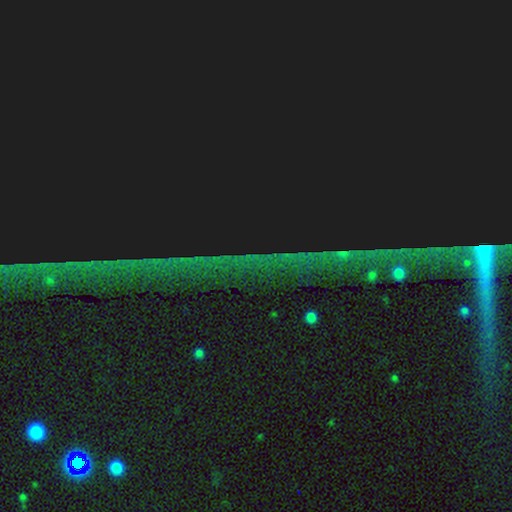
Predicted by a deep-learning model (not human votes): A star or artifact, not a galaxy (84%).